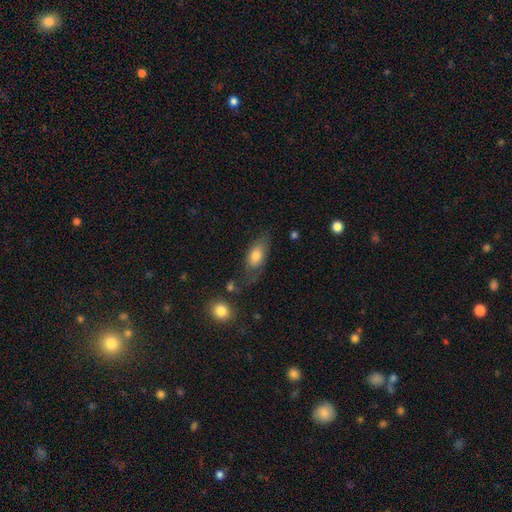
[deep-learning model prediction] Smooth or featured?
  - smooth: 72% *
  - featured or disk: 21%
  - star or artifact: 7%
How rounded?
  - in between: 84% *
  - cigar-shaped: 11%
  - round: 5%
Merging?
  - none: 58% *
  - minor disturbance: 24%
  - major disturbance: 12%
  - merger: 5%